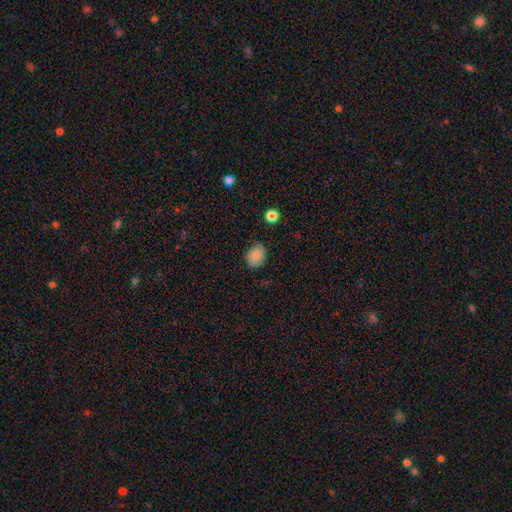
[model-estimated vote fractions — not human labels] A smooth galaxy with no disk features (85%) that is in between round and cigar-shaped (62%). Merging: none (75%).